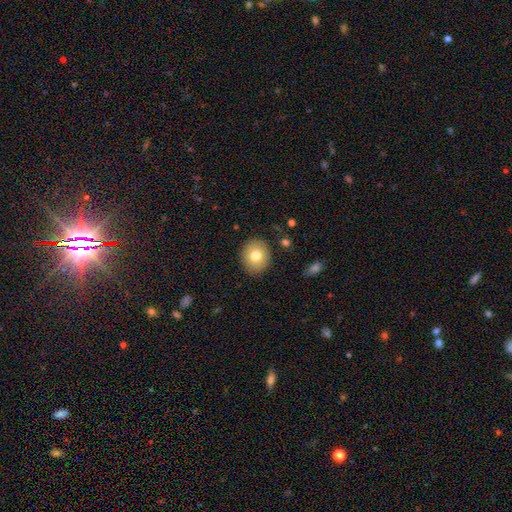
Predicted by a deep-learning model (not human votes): Overall: smooth (76%). How rounded: round (68%; in between 31%). Merging: none (88%).